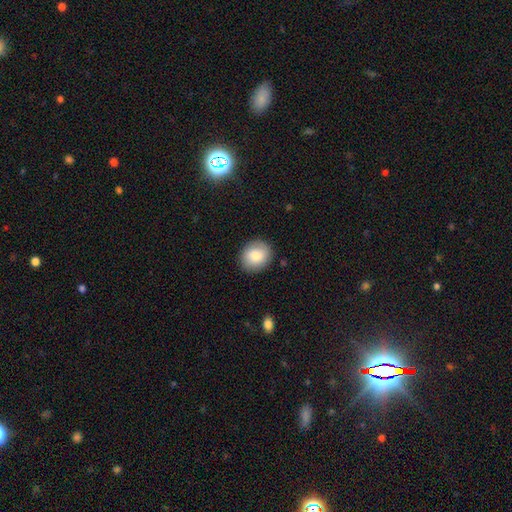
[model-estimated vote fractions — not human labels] Morphology: type=smooth (82%); roundness=round (67%); merging=none (87%).